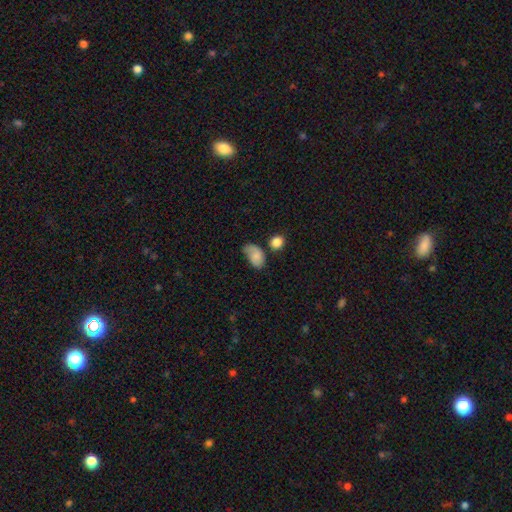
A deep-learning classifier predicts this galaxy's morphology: A smooth galaxy with no disk features (74%) that is in between round and cigar-shaped (85%). Merging: minor disturbance (35%, tied with none).